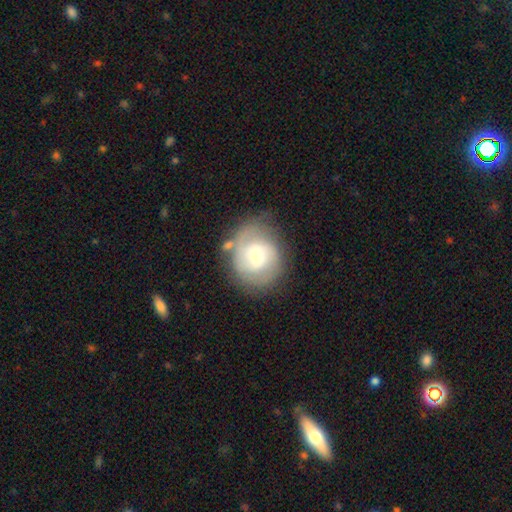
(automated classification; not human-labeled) Q: Smooth or featured?
A: featured or disk (57%); runner-up: smooth (35%)
Q: Edge-on disk?
A: no (97%); runner-up: yes (3%)
Q: Bar?
A: no (55%); runner-up: weak (37%)
Q: Spiral arms?
A: yes (76%); runner-up: no (24%)
Q: Bulge size?
A: small (49%); runner-up: moderate (41%)
Q: Merging?
A: none (60%); runner-up: minor disturbance (21%)